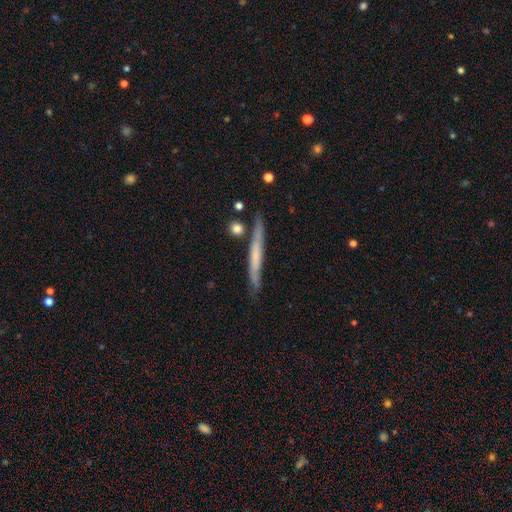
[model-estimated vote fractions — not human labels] The model was most divided on "smooth or featured": featured or disk: 50%, smooth: 43%, star or artifact: 7%. More confident: edge-on disk — yes (90%); merging — none (77%).